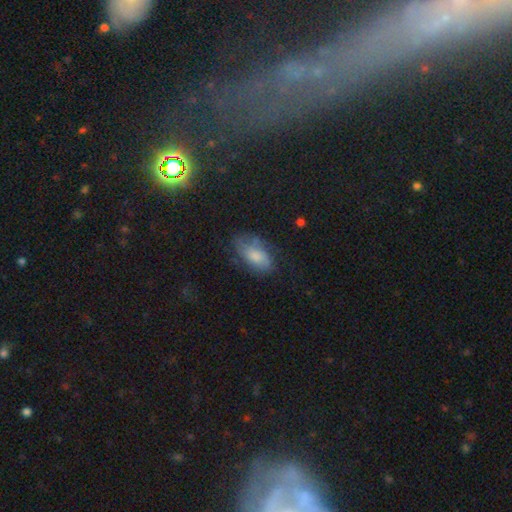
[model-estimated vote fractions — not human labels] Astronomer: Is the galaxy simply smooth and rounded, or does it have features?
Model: smooth — 61%.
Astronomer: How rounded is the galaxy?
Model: in between — 92%.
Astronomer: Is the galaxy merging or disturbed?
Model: none — 55%.